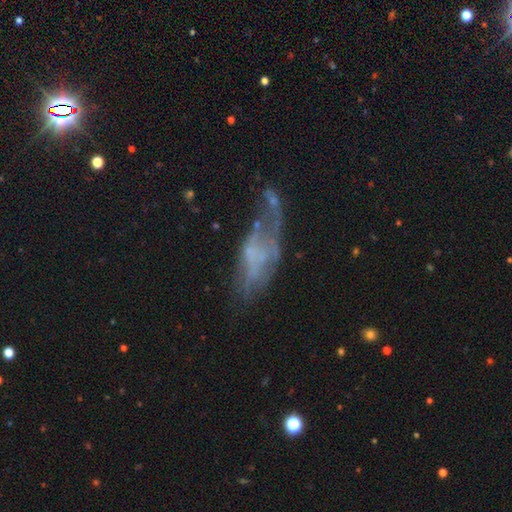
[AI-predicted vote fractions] This is possibly a featured or disk galaxy (57%). It is clearly not viewed edge-on (89%). Bar: clearly no (84%). Spiral arm pattern: likely no (78%). Central bulge: likely none (76%). Merging: marginally major disturbance (41%).